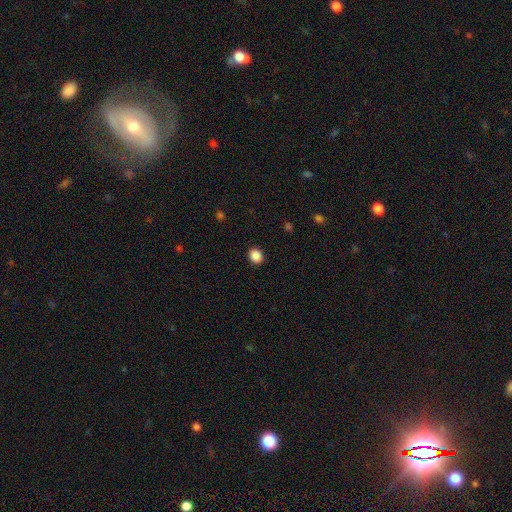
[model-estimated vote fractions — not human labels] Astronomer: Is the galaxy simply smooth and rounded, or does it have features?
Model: smooth — 88%.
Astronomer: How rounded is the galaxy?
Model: round — 68%.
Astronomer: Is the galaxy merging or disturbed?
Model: none — 91%.